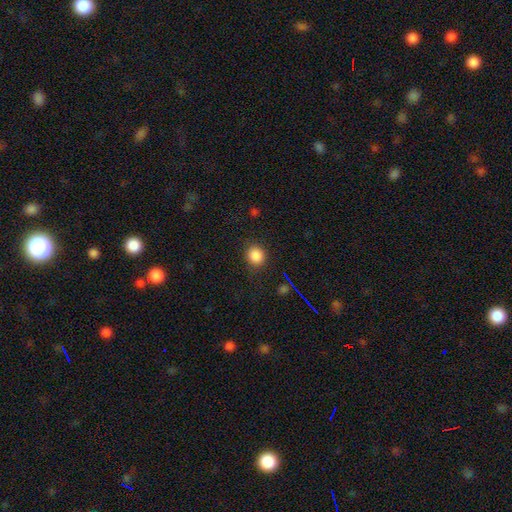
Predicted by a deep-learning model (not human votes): smooth-or-featured: smooth: 85% | star or artifact: 11% | featured or disk: 4%
  how-rounded: round: 81% | in between: 18% | cigar-shaped: 1%
  merging: none: 86% | minor disturbance: 9% | major disturbance: 3% | merger: 1%